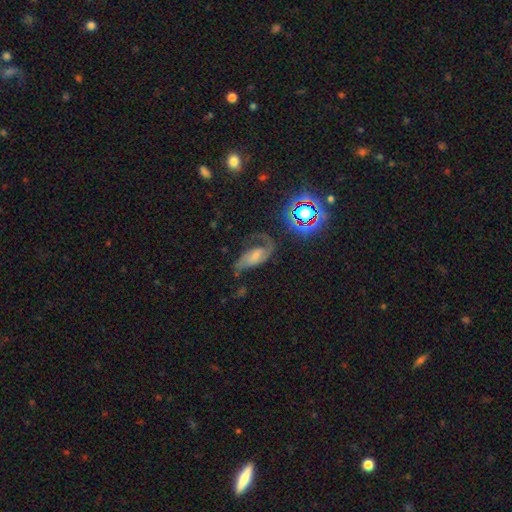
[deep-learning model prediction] Morphology: type=featured or disk (68%); edge-on=no (94%); bar=no (42%); spiral arms=yes (92%); winding=medium (44%); arm count=2 (71%); bulge=small (42%); merging=none (48%).